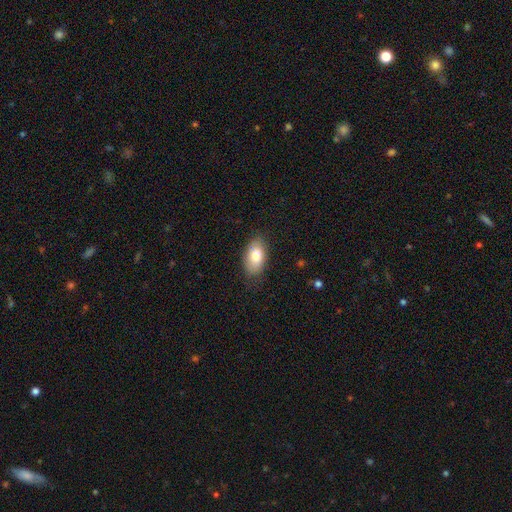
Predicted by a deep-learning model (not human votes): A smooth galaxy with no disk features (82%) that is in between round and cigar-shaped (93%).

Vote fractions:
- Smooth or featured? smooth: 82% / featured or disk: 12% / star or artifact: 7%
- How rounded? in between: 93% / round: 4% / cigar-shaped: 3%
- Merging? none: 80% / minor disturbance: 16% / major disturbance: 4% / merger: 1%